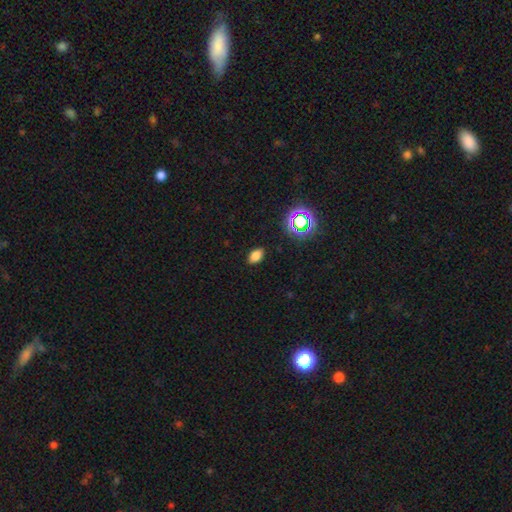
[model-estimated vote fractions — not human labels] smooth-or-featured: smooth: 77% | star or artifact: 17% | featured or disk: 6%
  how-rounded: in between: 88% | round: 10% | cigar-shaped: 2%
  merging: none: 88% | minor disturbance: 9% | major disturbance: 2% | merger: 1%